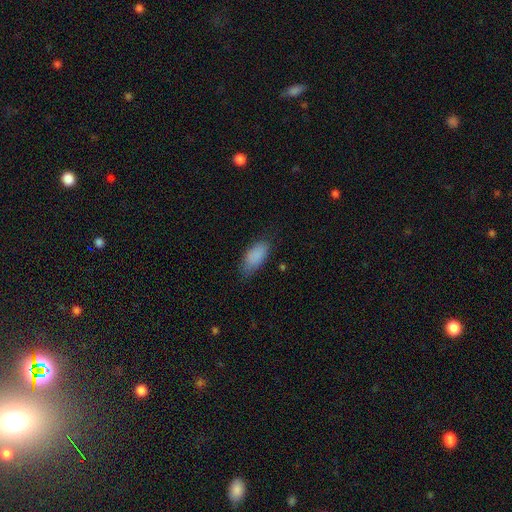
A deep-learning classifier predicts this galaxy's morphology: type=smooth (87%); roundness=in between (90%); merging=none (69%).